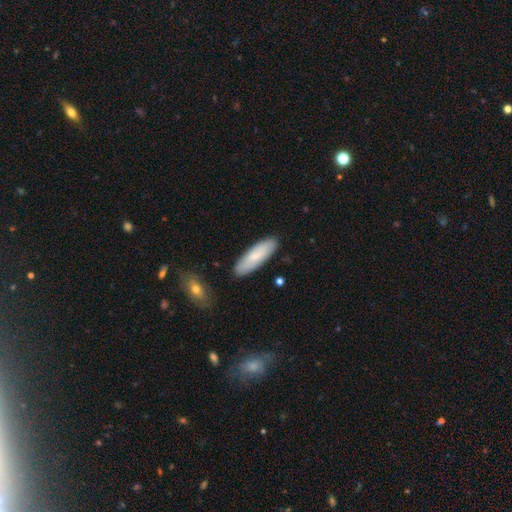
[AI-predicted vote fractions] smooth_or_featured: smooth (p=0.74) [alt: featured or disk p=0.21]
how_rounded: in between (p=0.51) [alt: cigar-shaped p=0.47]
merging: none (p=0.87) [alt: minor disturbance p=0.09]